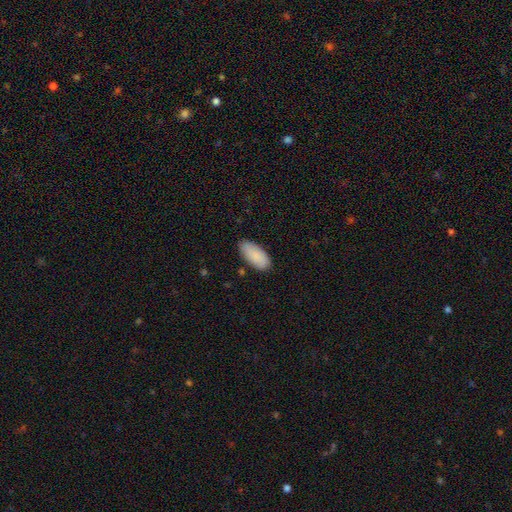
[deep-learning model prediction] smooth 88%, featured or disk 7%, star or artifact 6%. Down the decision tree: how rounded — in between (90%); merging — none (84%).